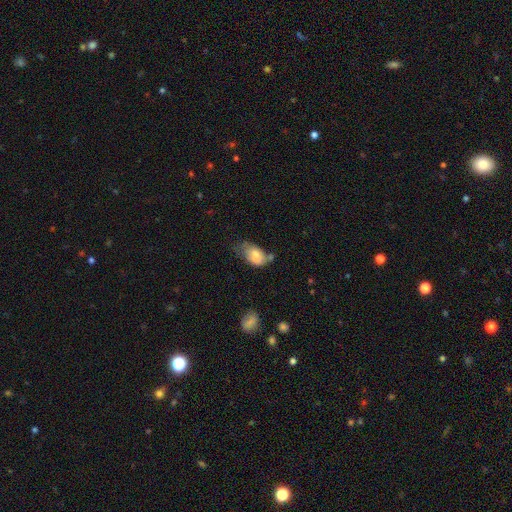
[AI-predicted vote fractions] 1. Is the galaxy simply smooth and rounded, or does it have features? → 67% smooth, 25% featured or disk, 8% star or artifact.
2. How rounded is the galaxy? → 90% in between, 8% round, 2% cigar-shaped.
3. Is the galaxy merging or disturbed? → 34% minor disturbance, 28% none, 20% major disturbance, 17% merger.